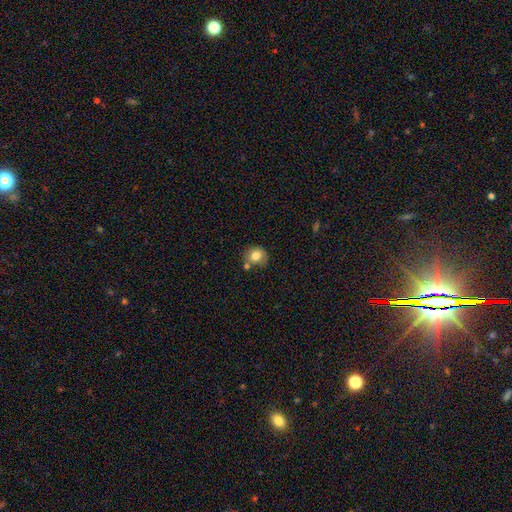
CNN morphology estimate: This appears to be a smooth galaxy with no disk features (78%) that is round (79%). Merging: none (58%).